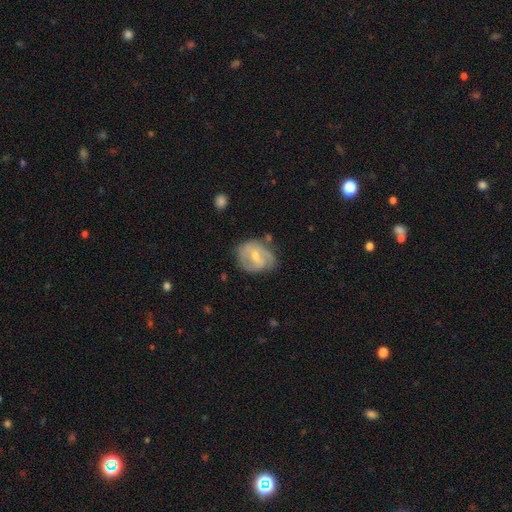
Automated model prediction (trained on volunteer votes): Morphology: type=featured or disk (61%); edge-on=no (97%); bar=weak (55%); spiral arms=yes (77%); bulge=small (53%); merging=none (56%).